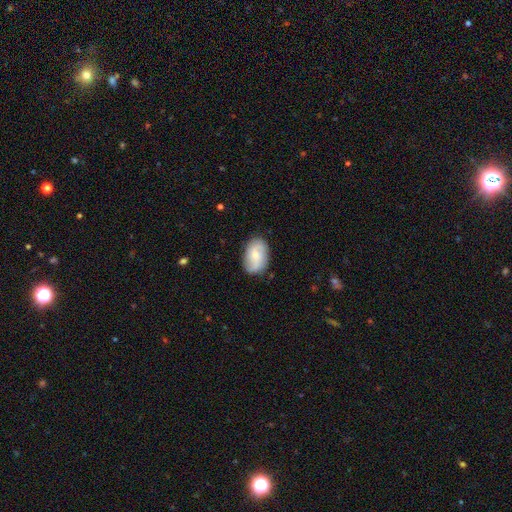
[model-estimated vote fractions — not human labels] Smooth or featured?
  - smooth: 51% *
  - featured or disk: 42%
  - star or artifact: 7%
How rounded?
  - in between: 86% *
  - round: 12%
  - cigar-shaped: 1%
Merging?
  - none: 79% *
  - minor disturbance: 16%
  - major disturbance: 4%
  - merger: 1%